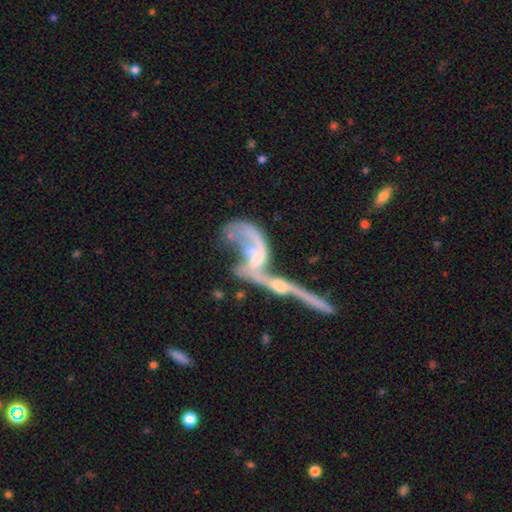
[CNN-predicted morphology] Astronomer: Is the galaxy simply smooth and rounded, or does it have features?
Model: featured or disk — 78%.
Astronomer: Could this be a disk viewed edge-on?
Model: no — 89%.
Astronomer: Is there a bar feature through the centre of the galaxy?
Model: no — 61%.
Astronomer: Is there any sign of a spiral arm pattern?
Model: yes — 72%.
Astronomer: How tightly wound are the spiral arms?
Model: loose — 87%.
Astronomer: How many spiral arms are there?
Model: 2 — 64%.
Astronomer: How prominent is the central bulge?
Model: small — 35% (runner-up: none, 31%).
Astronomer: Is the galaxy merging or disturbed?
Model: merger — 67%.